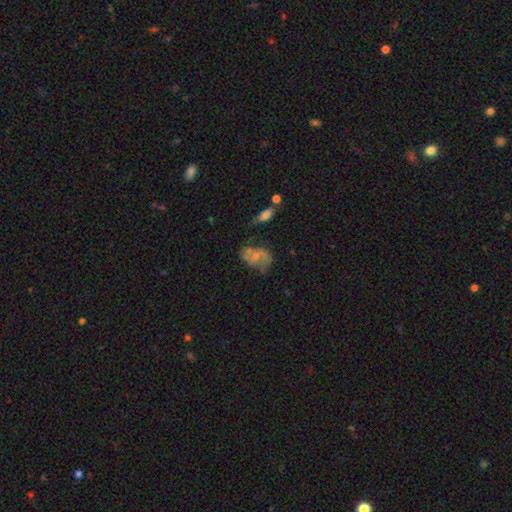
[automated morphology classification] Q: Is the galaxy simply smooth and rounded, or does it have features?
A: featured or disk — 55%.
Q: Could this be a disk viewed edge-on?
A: no — 96%.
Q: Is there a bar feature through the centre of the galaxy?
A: no — 61%.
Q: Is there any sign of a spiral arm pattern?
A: yes — 69%.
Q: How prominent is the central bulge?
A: small — 48%.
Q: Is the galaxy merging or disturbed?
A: none — 46%.